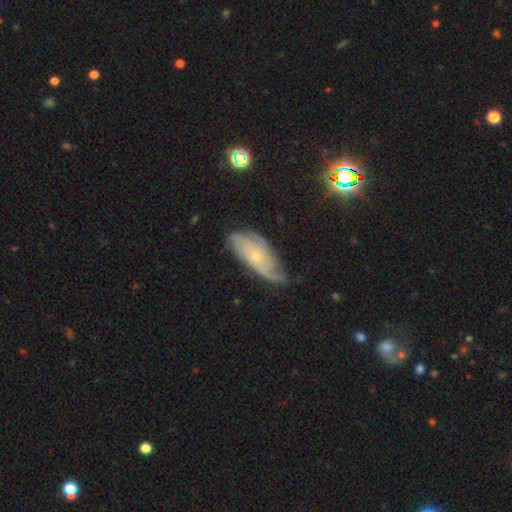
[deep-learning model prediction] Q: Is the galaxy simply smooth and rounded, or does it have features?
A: featured or disk — 76%.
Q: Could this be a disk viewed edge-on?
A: no — 91%.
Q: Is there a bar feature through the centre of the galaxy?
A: no — 78%.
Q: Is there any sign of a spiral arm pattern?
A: yes — 93%.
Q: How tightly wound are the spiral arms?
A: tight — 52%.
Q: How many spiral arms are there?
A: can't tell — 37%.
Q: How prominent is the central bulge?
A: small — 74%.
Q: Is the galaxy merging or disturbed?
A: none — 62%.